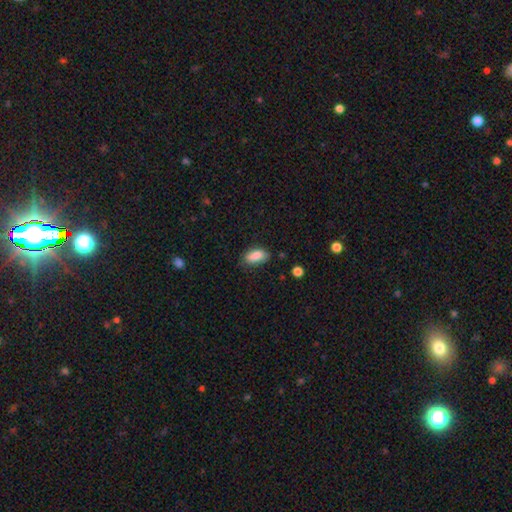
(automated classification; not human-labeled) This appears to be a smooth galaxy with no disk features (86%) that is in between round and cigar-shaped (86%). Merging: none (77%).